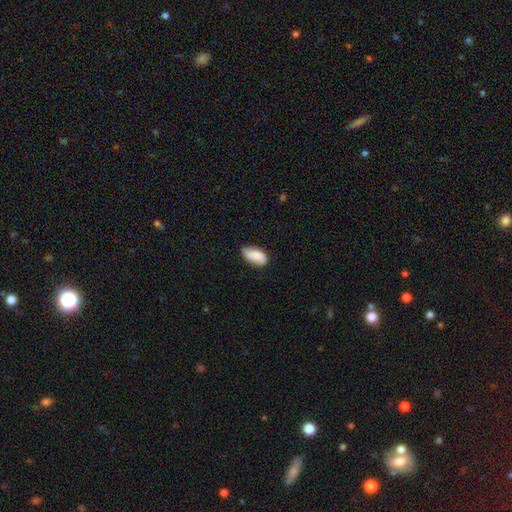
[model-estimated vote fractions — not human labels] Smooth or featured?
  - smooth: 76% *
  - featured or disk: 17%
  - star or artifact: 7%
How rounded?
  - in between: 91% *
  - cigar-shaped: 6%
  - round: 3%
Merging?
  - none: 71% *
  - minor disturbance: 22%
  - major disturbance: 4%
  - merger: 2%